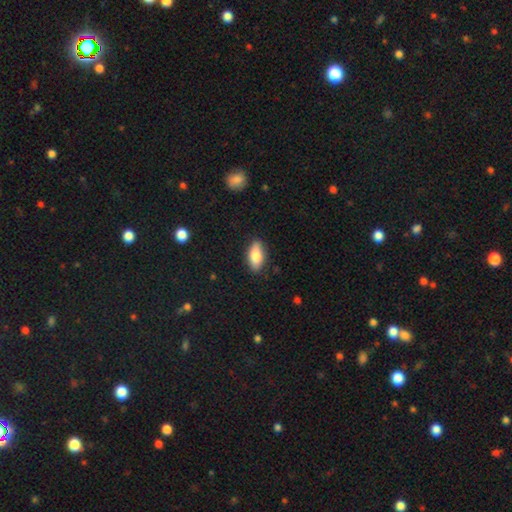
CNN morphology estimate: This is likely a smooth galaxy (78%). How rounded: clearly in between (84%). Merging: clearly none (87%).